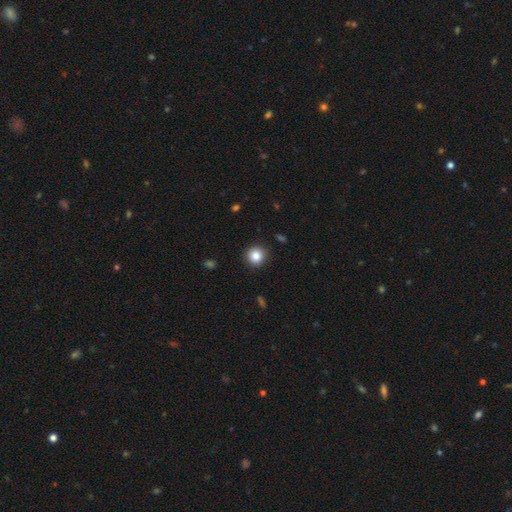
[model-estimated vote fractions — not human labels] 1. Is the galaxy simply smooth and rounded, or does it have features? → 84% smooth, 10% star or artifact, 5% featured or disk.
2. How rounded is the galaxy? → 93% round, 6% in between, 1% cigar-shaped.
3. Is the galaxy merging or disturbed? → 91% none, 6% minor disturbance, 2% major disturbance, 1% merger.